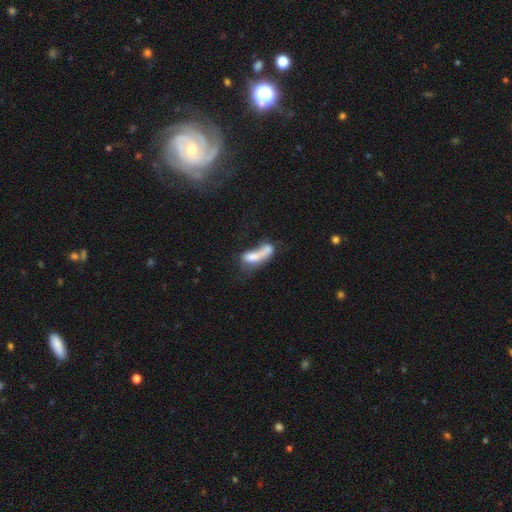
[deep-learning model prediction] smooth_or_featured: smooth (p=0.59) [alt: featured or disk p=0.31]
how_rounded: in between (p=0.60) [alt: cigar-shaped p=0.35]
merging: merger (p=0.56) [alt: major disturbance p=0.17]